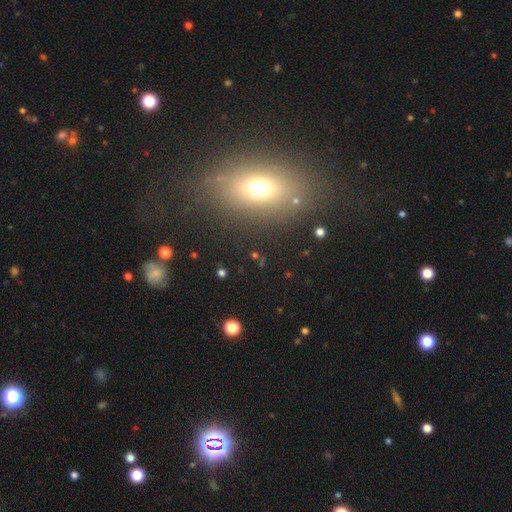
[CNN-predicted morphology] Smooth or featured? smooth (52%)
How rounded? in between (51%)
Merging? none (80%)